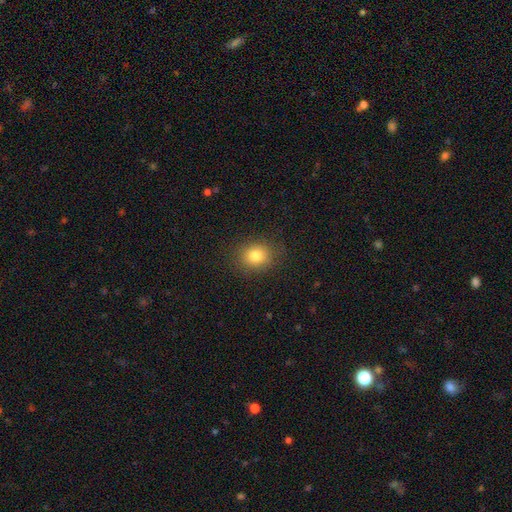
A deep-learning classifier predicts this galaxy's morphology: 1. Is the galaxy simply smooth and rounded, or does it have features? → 81% smooth, 12% star or artifact, 7% featured or disk.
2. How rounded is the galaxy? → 72% round, 27% in between, 1% cigar-shaped.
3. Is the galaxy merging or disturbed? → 86% none, 9% minor disturbance, 3% major disturbance, 1% merger.